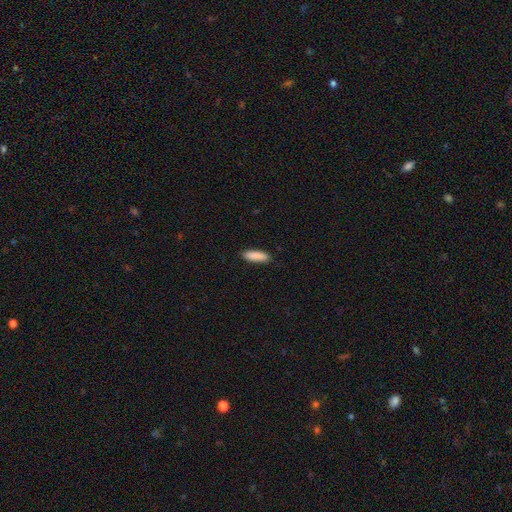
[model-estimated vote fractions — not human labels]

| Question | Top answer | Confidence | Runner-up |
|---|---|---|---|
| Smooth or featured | smooth | 90% | star or artifact (6%) |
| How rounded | cigar-shaped | 53% | in between (45%) |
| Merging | none | 89% | minor disturbance (8%) |